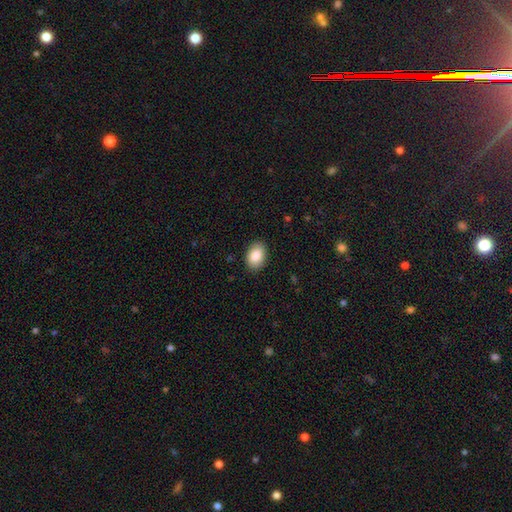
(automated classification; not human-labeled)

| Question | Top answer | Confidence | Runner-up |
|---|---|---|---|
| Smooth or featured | smooth | 86% | star or artifact (7%) |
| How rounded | in between | 84% | round (15%) |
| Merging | none | 89% | minor disturbance (8%) |